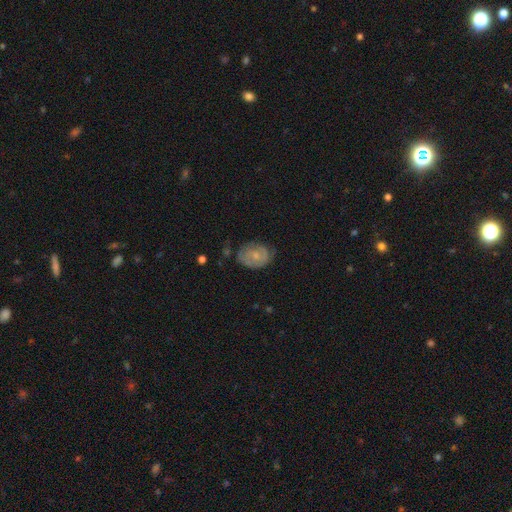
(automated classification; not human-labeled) featured or disk 54%, smooth 39%, star or artifact 7%. Down the decision tree: edge-on disk — no (97%); bar — no (75%); spiral arms — yes (67%); bulge size — small (55%); merging — none (62%).